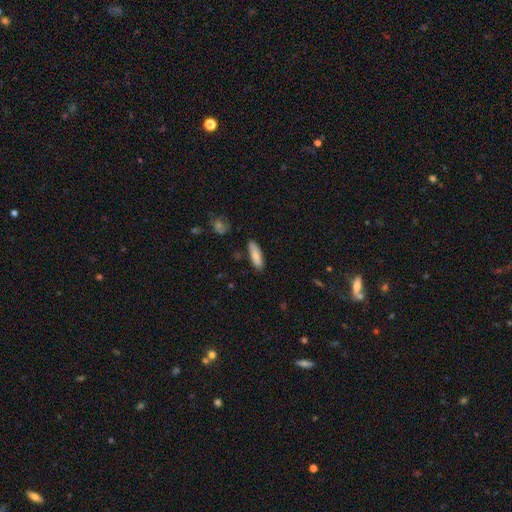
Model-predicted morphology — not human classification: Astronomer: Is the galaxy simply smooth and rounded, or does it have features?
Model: smooth — 80%.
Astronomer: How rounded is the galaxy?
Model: in between — 50% (runner-up: cigar-shaped, 48%).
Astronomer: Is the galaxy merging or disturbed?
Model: none — 84%.